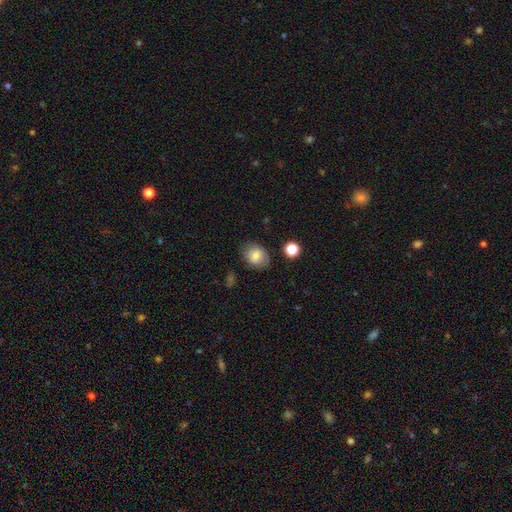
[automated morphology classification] Smooth or featured? Predicted: smooth (p=0.78). How rounded? Predicted: in between (p=0.53). Merging? Predicted: none (p=0.76).